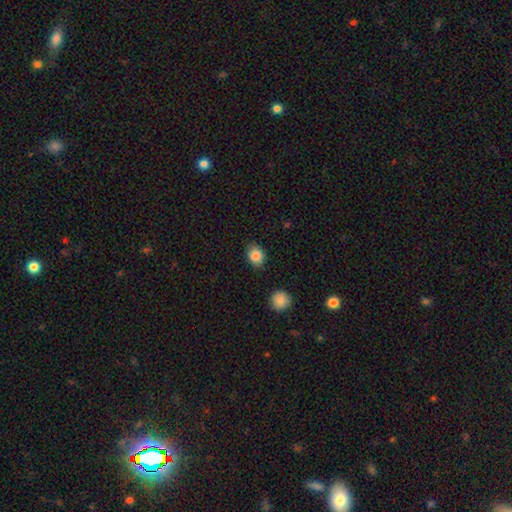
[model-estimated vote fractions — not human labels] Morphology: type=smooth (86%); roundness=in between (53%); merging=none (82%).